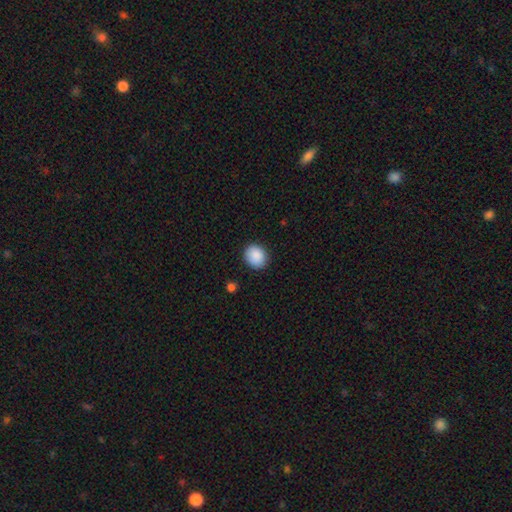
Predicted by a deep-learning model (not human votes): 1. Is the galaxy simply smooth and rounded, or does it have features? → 89% smooth, 8% star or artifact, 3% featured or disk.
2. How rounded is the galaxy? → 71% round, 28% in between, 1% cigar-shaped.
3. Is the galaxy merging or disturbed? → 88% none, 8% minor disturbance, 2% major disturbance, 1% merger.